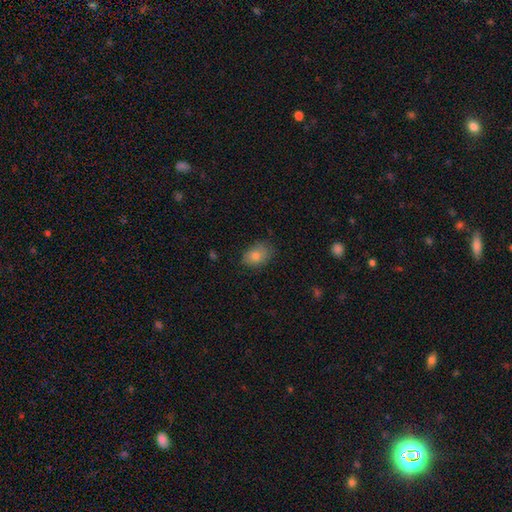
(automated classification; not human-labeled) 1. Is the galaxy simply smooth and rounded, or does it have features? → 79% smooth, 11% featured or disk, 9% star or artifact.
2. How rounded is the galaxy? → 77% in between, 22% round, 1% cigar-shaped.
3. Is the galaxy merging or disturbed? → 73% none, 21% minor disturbance, 4% major disturbance, 1% merger.